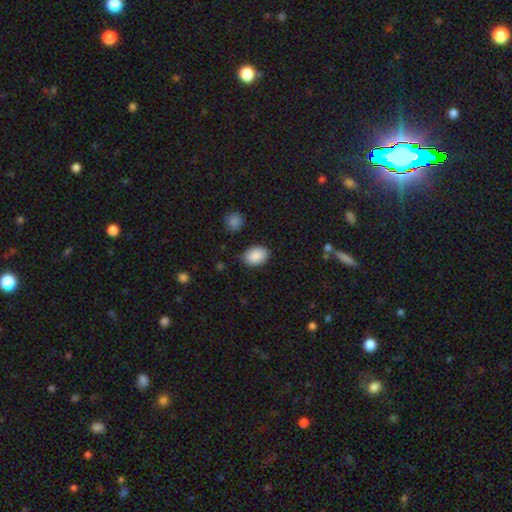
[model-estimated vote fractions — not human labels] Smooth or featured? Predicted: smooth (p=0.89). How rounded? Predicted: in between (p=0.76). Merging? Predicted: none (p=0.80).